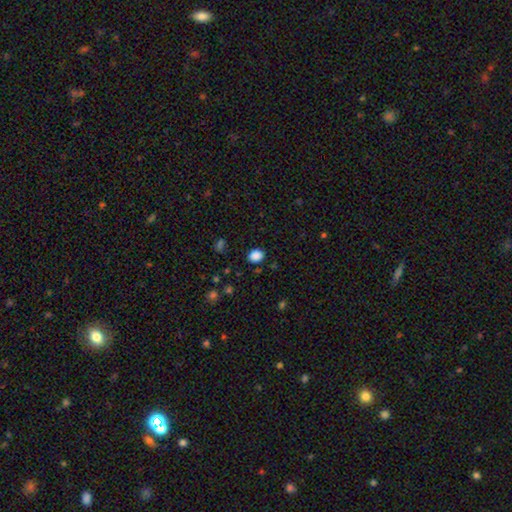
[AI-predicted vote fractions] Morphology: type=smooth (86%); roundness=in between (56%); merging=none (86%).